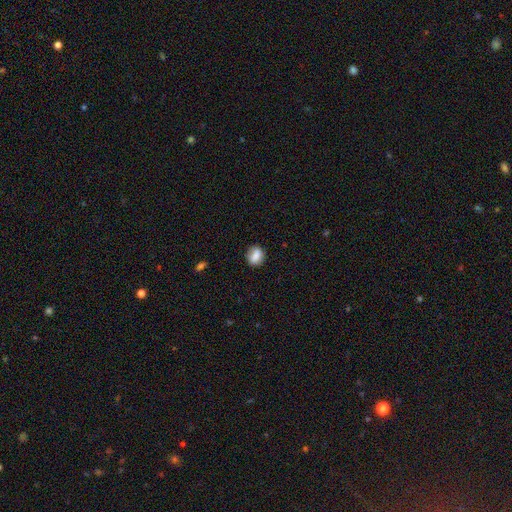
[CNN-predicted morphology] A smooth galaxy with no disk features (80%) that is round (52%). Merging: none (78%).